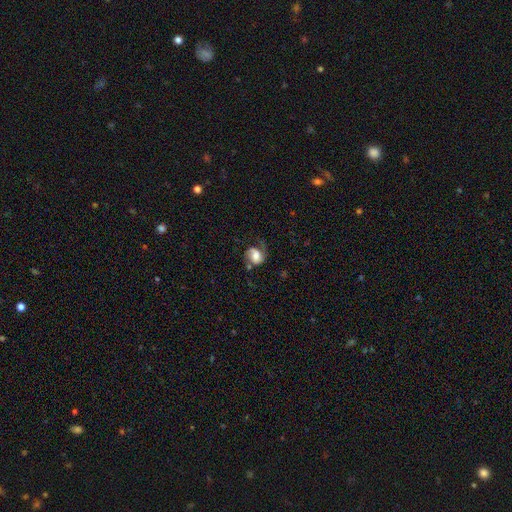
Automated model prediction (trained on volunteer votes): smooth-or-featured: featured or disk: 60% | smooth: 32% | star or artifact: 8%
  disk-edge-on: no: 98% | yes: 2%
    bar: no: 57% | weak: 32% | strong: 11%
    has-spiral-arms: yes: 89% | no: 11%
      spiral-winding: medium: 42% | loose: 34% | tight: 24%
      spiral-arm-count: 2: 60% | 1: 32% | can't tell: 5% | 3: 1% | 4: 1% | more than 4: 1%
    bulge-size: large: 38% | moderate: 34% | small: 13% | dominant: 9% | none: 7%
  merging: none: 46% | major disturbance: 25% | minor disturbance: 24% | merger: 4%